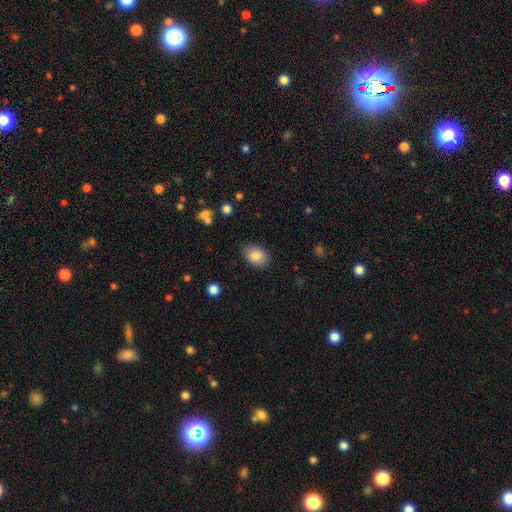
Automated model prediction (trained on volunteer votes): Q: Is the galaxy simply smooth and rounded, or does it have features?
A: smooth — 86%.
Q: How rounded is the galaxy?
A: in between — 78%.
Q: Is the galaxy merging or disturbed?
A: none — 83%.